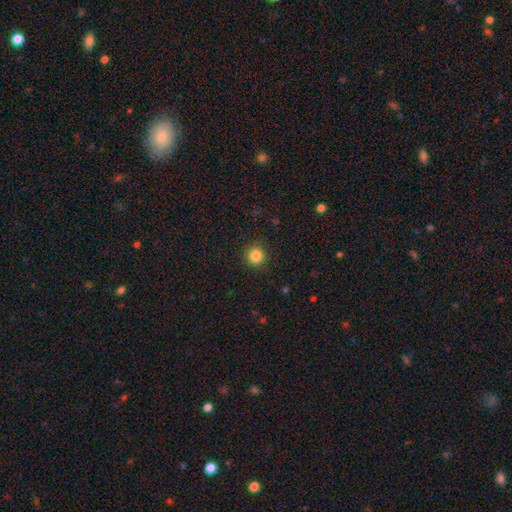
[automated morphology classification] This appears to be a smooth galaxy with no disk features (84%) that is round (93%). Merging: none (90%).